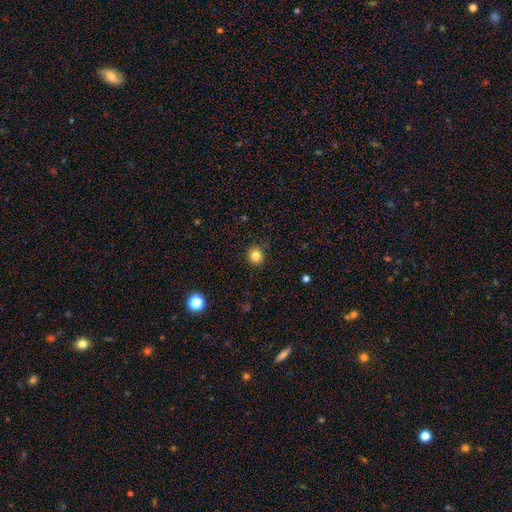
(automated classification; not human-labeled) A smooth galaxy with no disk features (83%) that is round (88%).

Vote fractions:
- Smooth or featured? smooth: 83% / star or artifact: 12% / featured or disk: 5%
- How rounded? round: 88% / in between: 11% / cigar-shaped: 1%
- Merging? none: 89% / minor disturbance: 7% / major disturbance: 2% / merger: 1%